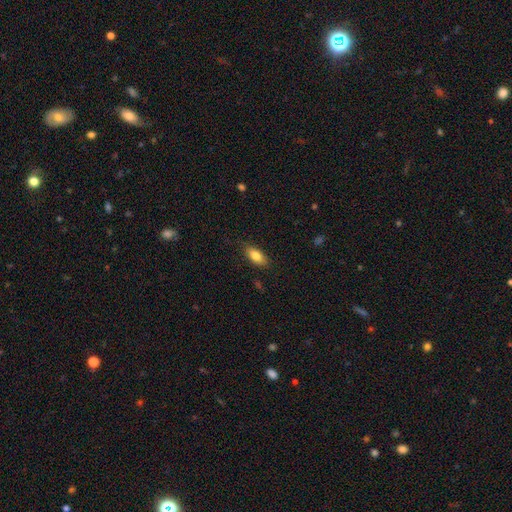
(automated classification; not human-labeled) smooth_or_featured: smooth (p=0.82) [alt: featured or disk p=0.11]
how_rounded: in between (p=0.86) [alt: cigar-shaped p=0.11]
merging: none (p=0.80) [alt: minor disturbance p=0.15]